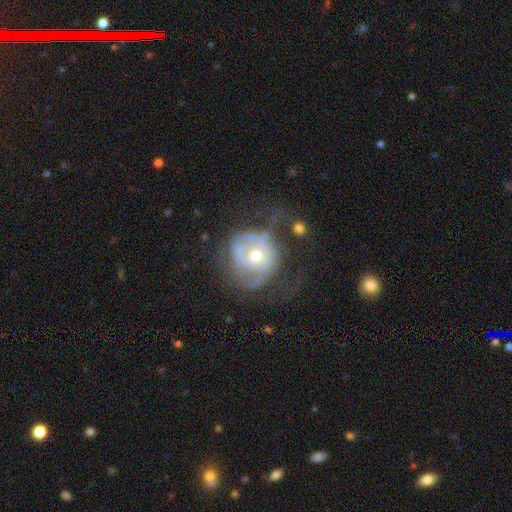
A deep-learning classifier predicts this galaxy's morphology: A featured or disk galaxy (67%) with no bar (79%), spiral arms (66%) and a moderate central bulge (65%). Merging: none (37%).